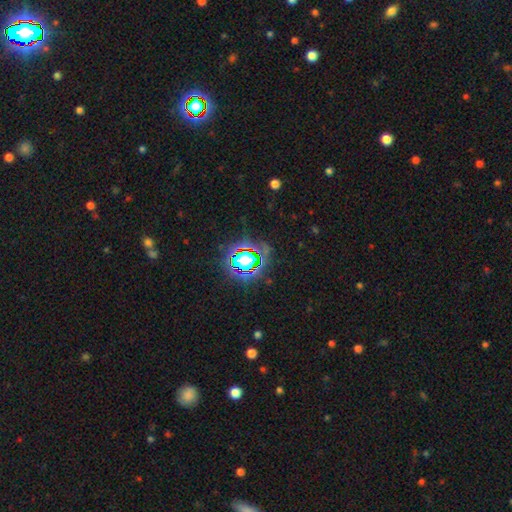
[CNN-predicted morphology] A star or artifact, not a galaxy (81%).